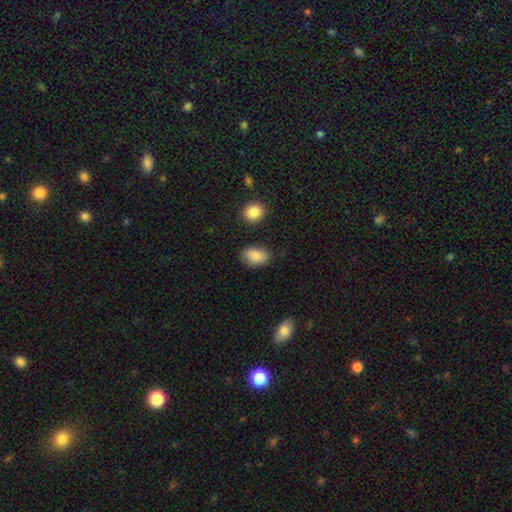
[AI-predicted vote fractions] Smooth or featured?
  - smooth: 87% *
  - star or artifact: 7%
  - featured or disk: 6%
How rounded?
  - in between: 88% *
  - round: 10%
  - cigar-shaped: 2%
Merging?
  - none: 80% *
  - minor disturbance: 15%
  - major disturbance: 3%
  - merger: 3%